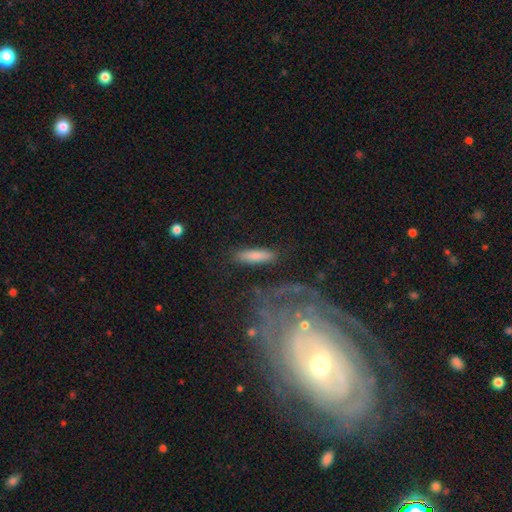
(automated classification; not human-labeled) A smooth galaxy with no disk features (79%) that is cigar-shaped (77%).

Vote fractions:
- Smooth or featured? smooth: 79% / featured or disk: 14% / star or artifact: 6%
- How rounded? cigar-shaped: 77% / in between: 21% / round: 2%
- Merging? none: 82% / minor disturbance: 11% / major disturbance: 4% / merger: 3%